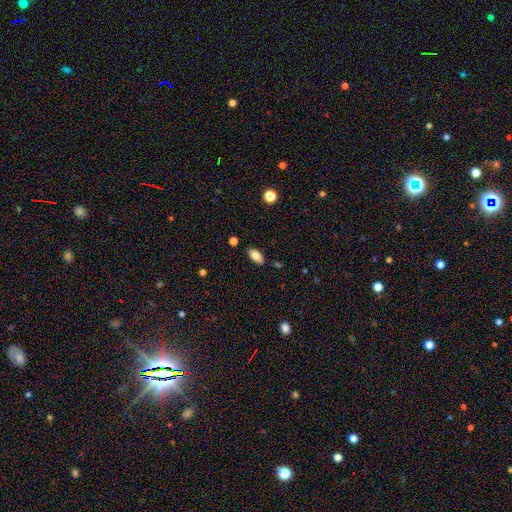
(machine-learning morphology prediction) Smooth or featured? smooth (80%)
How rounded? in between (90%)
Merging? none (85%)